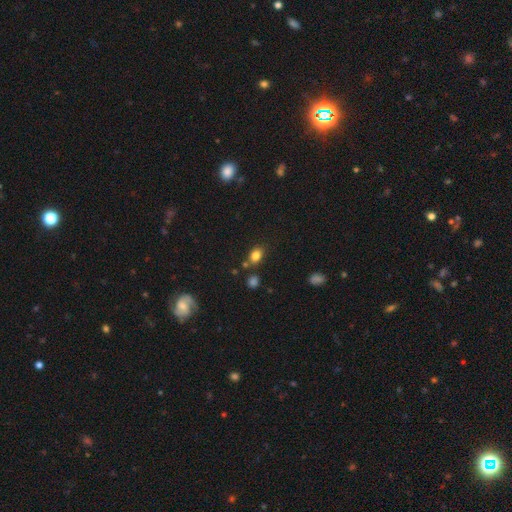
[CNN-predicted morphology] This is clearly a smooth galaxy (81%). How rounded: likely in between (68%). Merging: likely none (71%).